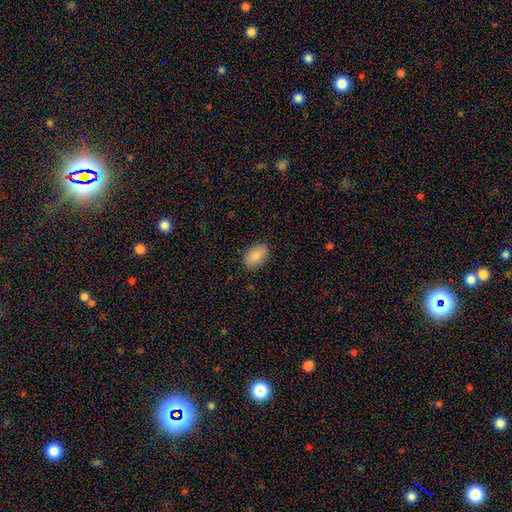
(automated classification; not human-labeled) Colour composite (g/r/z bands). It shows a smooth galaxy with no disk features (88%) that is in between round and cigar-shaped (90%). Merging: none (87%).